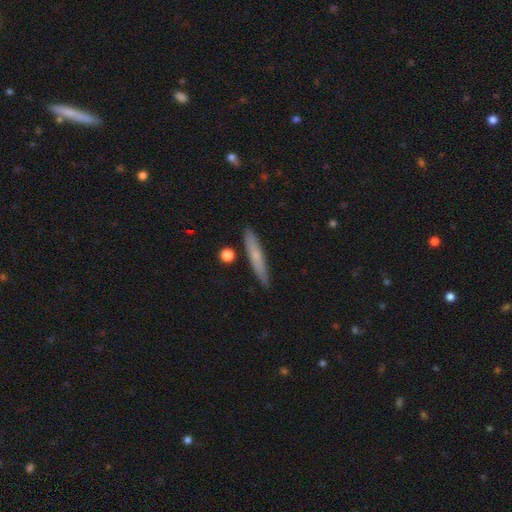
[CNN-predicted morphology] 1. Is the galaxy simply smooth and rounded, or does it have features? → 64% smooth, 29% featured or disk, 6% star or artifact.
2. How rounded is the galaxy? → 94% cigar-shaped, 5% in between, 1% round.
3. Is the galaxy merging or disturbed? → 87% none, 9% minor disturbance, 2% merger, 2% major disturbance.